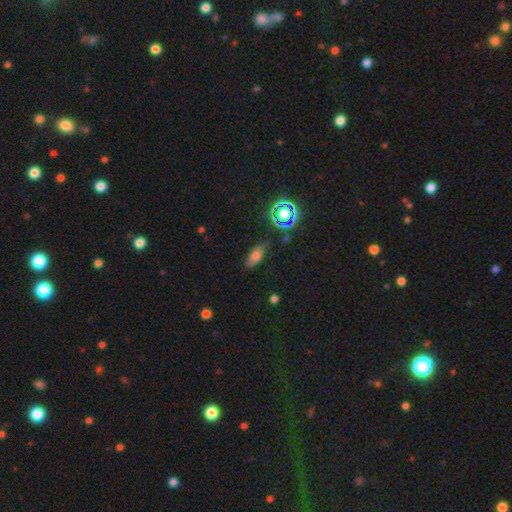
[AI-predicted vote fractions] smooth-or-featured: smooth: 71% | star or artifact: 18% | featured or disk: 11%
  how-rounded: in between: 84% | cigar-shaped: 10% | round: 6%
  merging: none: 77% | minor disturbance: 16% | major disturbance: 4% | merger: 2%